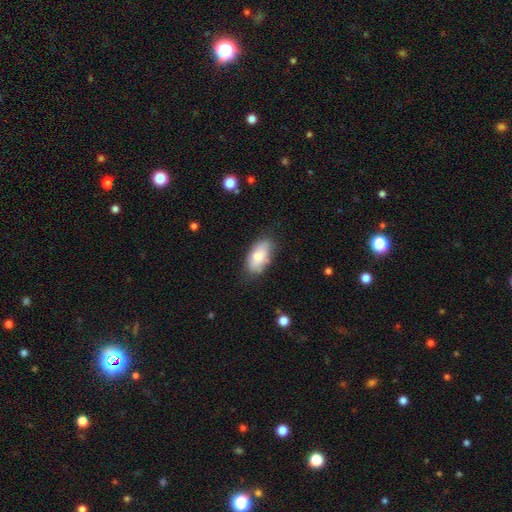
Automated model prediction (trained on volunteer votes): Overall: smooth (80%). How rounded: in between (93%). Merging: none (67%).